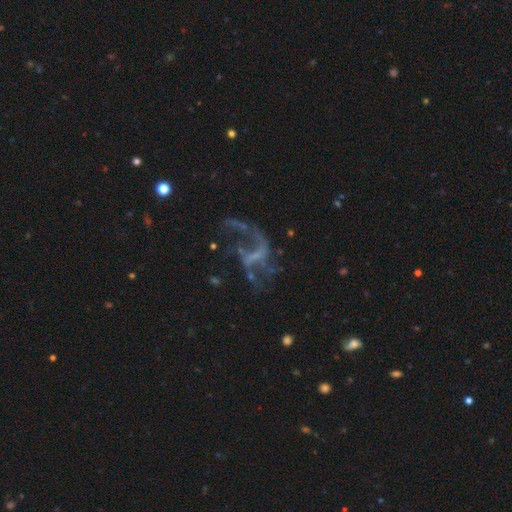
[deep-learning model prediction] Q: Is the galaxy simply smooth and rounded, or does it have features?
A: featured or disk — 76%.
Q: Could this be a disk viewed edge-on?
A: no — 97%.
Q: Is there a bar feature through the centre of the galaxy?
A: no — 43%.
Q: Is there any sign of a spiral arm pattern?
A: yes — 73%.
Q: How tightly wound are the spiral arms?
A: loose — 86%.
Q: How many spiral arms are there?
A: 2 — 49%.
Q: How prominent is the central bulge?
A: none — 63%.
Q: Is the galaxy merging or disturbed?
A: major disturbance — 41%.